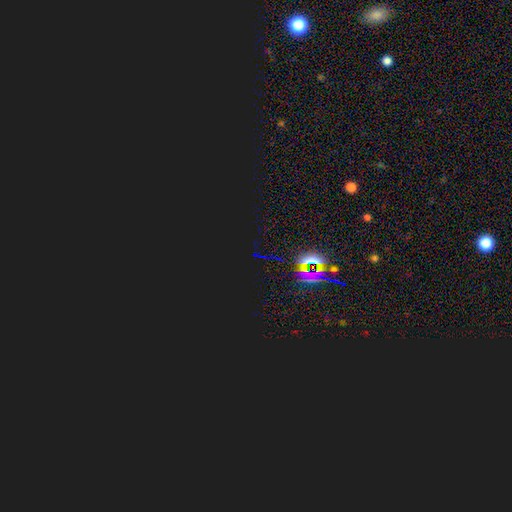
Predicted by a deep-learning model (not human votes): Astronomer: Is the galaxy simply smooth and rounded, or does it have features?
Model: star or artifact — 88%.